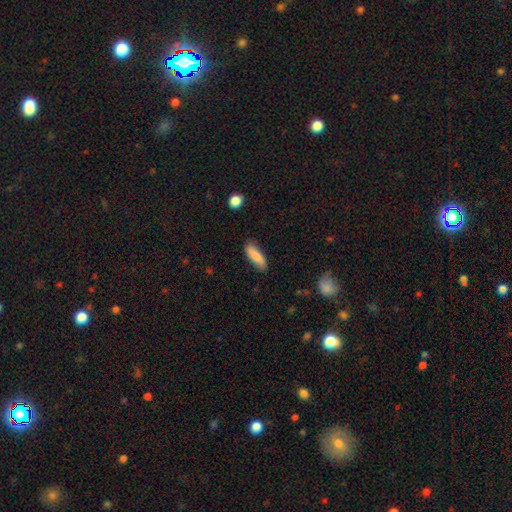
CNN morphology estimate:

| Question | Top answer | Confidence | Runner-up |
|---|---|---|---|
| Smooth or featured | smooth | 85% | featured or disk (9%) |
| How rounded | in between | 52% | cigar-shaped (46%) |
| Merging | none | 81% | minor disturbance (14%) |